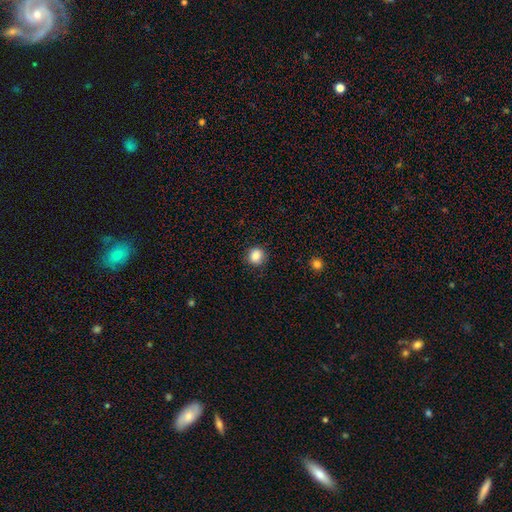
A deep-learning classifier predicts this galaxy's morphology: Smooth or featured? smooth (85%)
How rounded? round (88%)
Merging? none (88%)